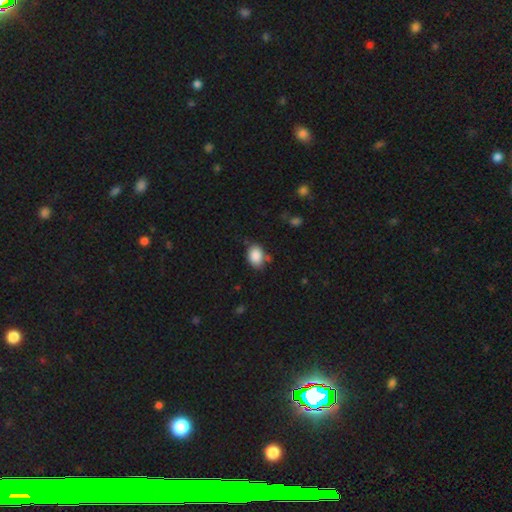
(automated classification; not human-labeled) This appears to be a smooth galaxy with no disk features (87%) that is in between round and cigar-shaped (73%). Merging: none (64%).